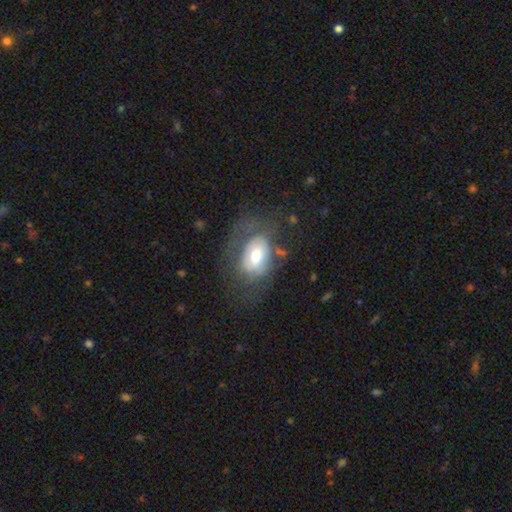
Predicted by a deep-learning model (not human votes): Smooth or featured?
  - smooth: 53% *
  - featured or disk: 39%
  - star or artifact: 8%
How rounded?
  - in between: 80% *
  - round: 18%
  - cigar-shaped: 1%
Merging?
  - none: 44% *
  - major disturbance: 29%
  - minor disturbance: 24%
  - merger: 3%